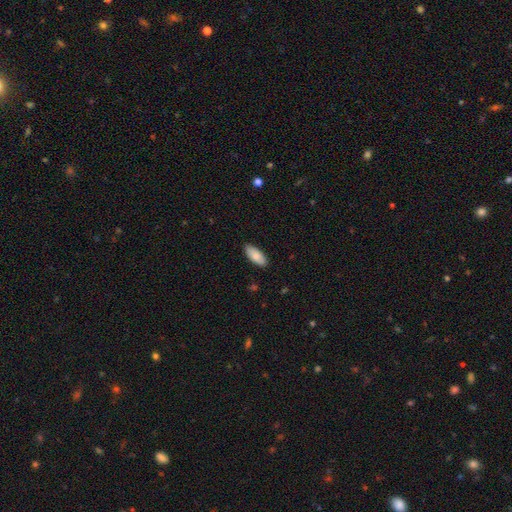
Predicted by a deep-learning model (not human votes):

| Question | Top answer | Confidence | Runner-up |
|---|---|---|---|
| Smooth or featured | smooth | 84% | featured or disk (10%) |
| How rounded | in between | 85% | cigar-shaped (13%) |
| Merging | none | 88% | minor disturbance (9%) |